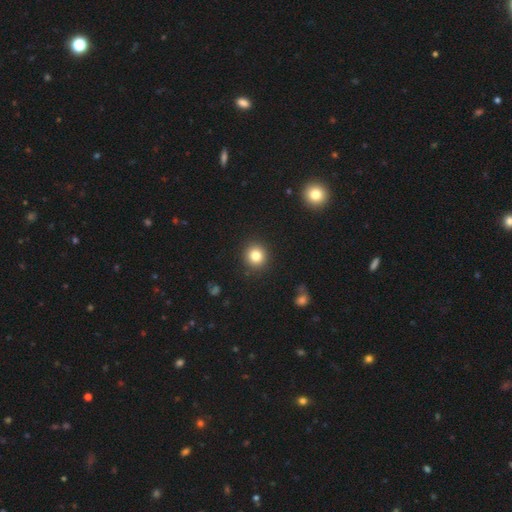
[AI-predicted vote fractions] This appears to be a smooth galaxy with no disk features (82%) that is round (91%). Merging: none (91%).